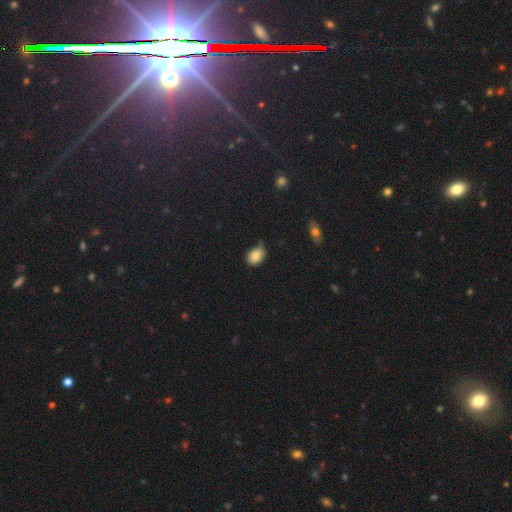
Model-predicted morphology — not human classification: Smooth or featured? Predicted: smooth (p=0.82). How rounded? Predicted: in between (p=0.72). Merging? Predicted: none (p=0.53).